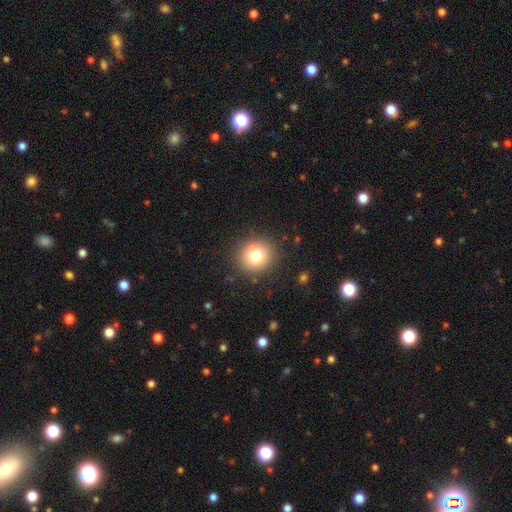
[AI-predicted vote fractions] Smooth or featured? smooth (77%)
How rounded? round (84%)
Merging? none (87%)